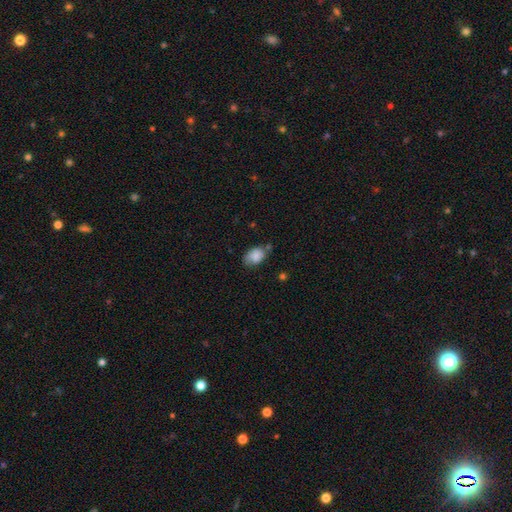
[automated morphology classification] A smooth galaxy with no disk features (83%) that is in between round and cigar-shaped (84%).

Vote fractions:
- Smooth or featured? smooth: 83% / featured or disk: 9% / star or artifact: 8%
- How rounded? in between: 84% / round: 15% / cigar-shaped: 1%
- Merging? none: 58% / minor disturbance: 29% / merger: 7% / major disturbance: 6%